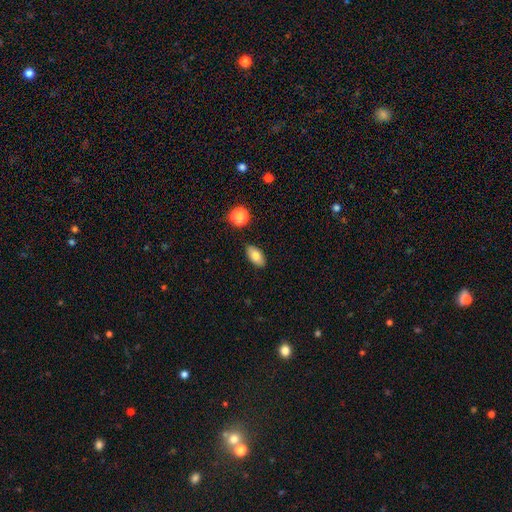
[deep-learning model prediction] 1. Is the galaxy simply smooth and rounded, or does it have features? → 78% smooth, 14% featured or disk, 8% star or artifact.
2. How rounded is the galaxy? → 92% in between, 5% round, 3% cigar-shaped.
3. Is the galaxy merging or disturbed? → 87% none, 9% minor disturbance, 2% merger, 2% major disturbance.